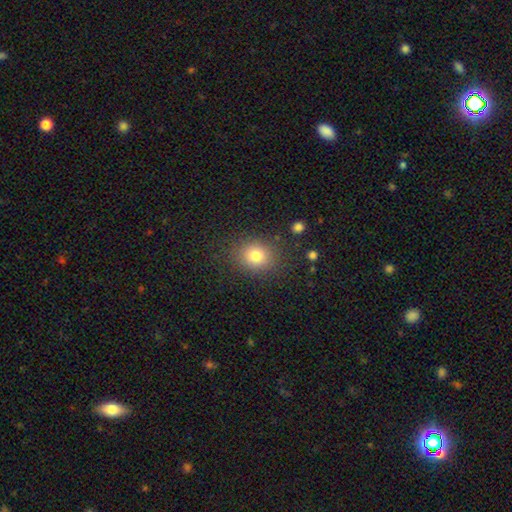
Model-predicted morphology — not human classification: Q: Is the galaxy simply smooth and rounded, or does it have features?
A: smooth — 80%.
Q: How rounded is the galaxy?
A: round — 68%.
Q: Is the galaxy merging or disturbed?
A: none — 84%.